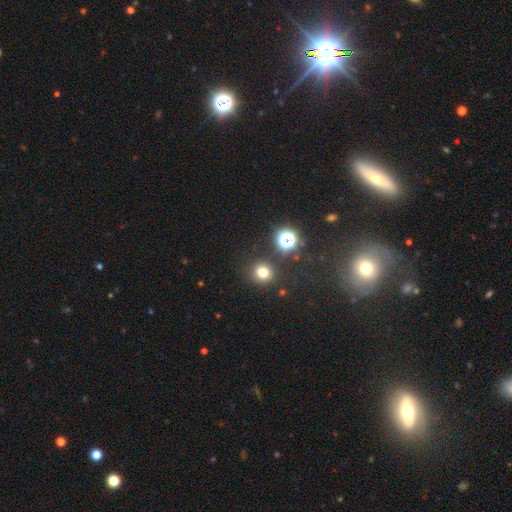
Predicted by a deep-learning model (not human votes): Overall: star or artifact (58%; smooth 29%).